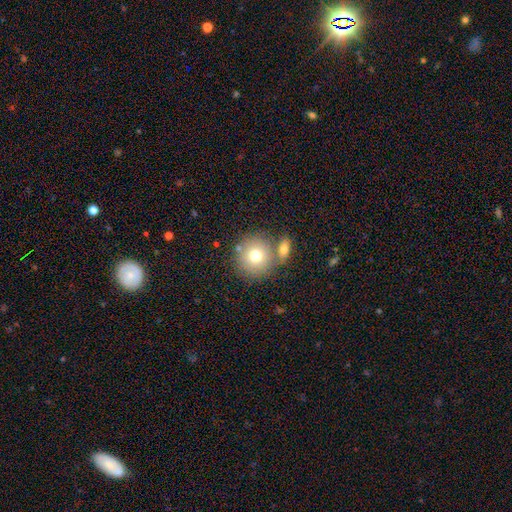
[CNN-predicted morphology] smooth 73%, featured or disk 16%, star or artifact 10%. Down the decision tree: how rounded — round (92%); merging — none (65%).